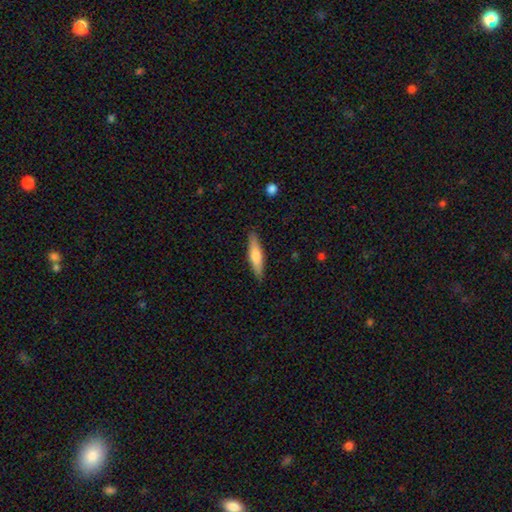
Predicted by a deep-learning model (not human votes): Morphology: type=smooth (63%); roundness=cigar-shaped (77%); merging=none (88%).